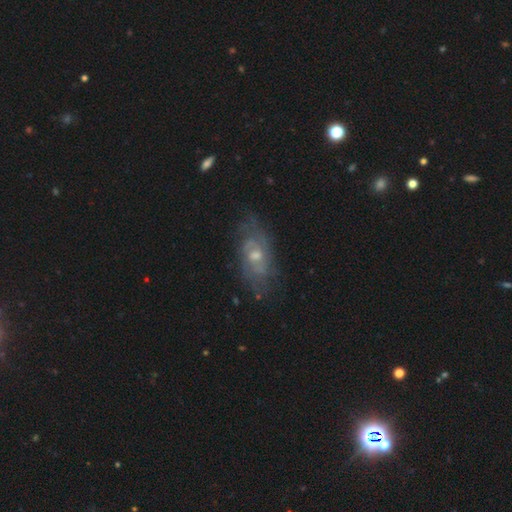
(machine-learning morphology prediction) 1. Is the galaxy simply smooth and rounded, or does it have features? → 76% featured or disk, 17% smooth, 7% star or artifact.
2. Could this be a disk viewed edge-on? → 93% no, 7% yes.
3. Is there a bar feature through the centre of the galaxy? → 62% no, 33% weak, 4% strong.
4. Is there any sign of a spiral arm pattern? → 83% yes, 17% no.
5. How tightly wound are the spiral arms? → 46% tight, 39% medium, 15% loose.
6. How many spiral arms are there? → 43% can't tell, 39% 2, 8% 3, 4% 1, 4% 4, 3% more than 4.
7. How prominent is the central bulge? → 59% moderate, 34% small, 3% large, 2% none, 1% dominant.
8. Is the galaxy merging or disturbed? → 68% none, 21% minor disturbance, 9% major disturbance, 2% merger.